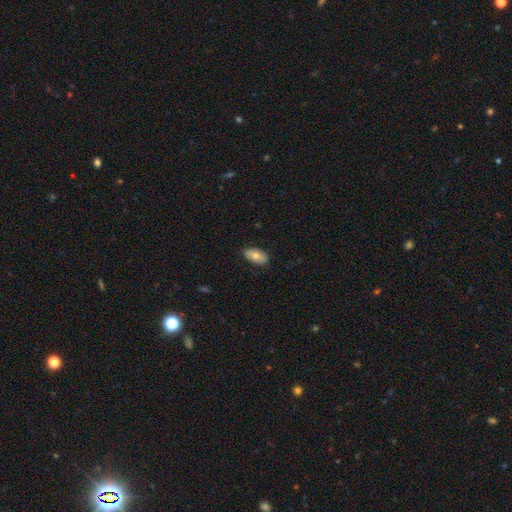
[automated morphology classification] smooth 72%, featured or disk 21%, star or artifact 7%. Down the decision tree: how rounded — in between (93%); merging — none (83%).